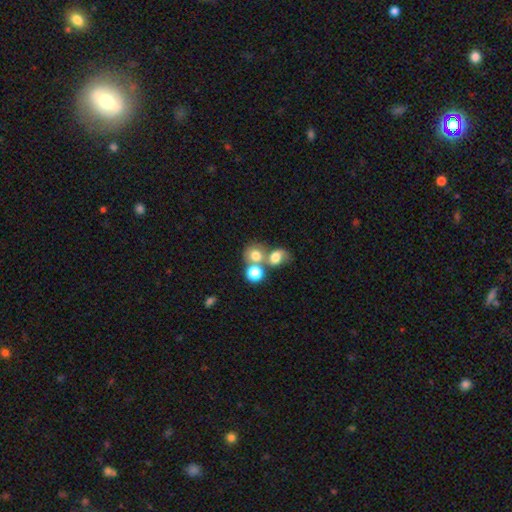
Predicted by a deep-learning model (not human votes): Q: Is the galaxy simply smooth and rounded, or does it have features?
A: smooth — 71%.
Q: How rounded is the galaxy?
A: round — 71%.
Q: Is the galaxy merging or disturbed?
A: merger — 49%.